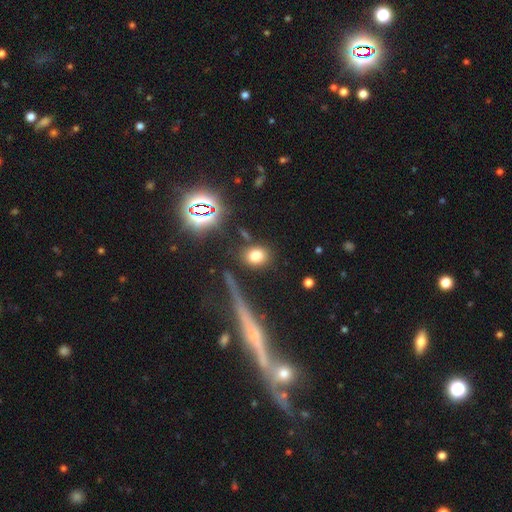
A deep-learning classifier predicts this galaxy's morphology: smooth-or-featured: smooth: 77% | star or artifact: 15% | featured or disk: 9%
  how-rounded: round: 53% | in between: 44% | cigar-shaped: 3%
  merging: none: 79% | minor disturbance: 10% | merger: 6% | major disturbance: 4%